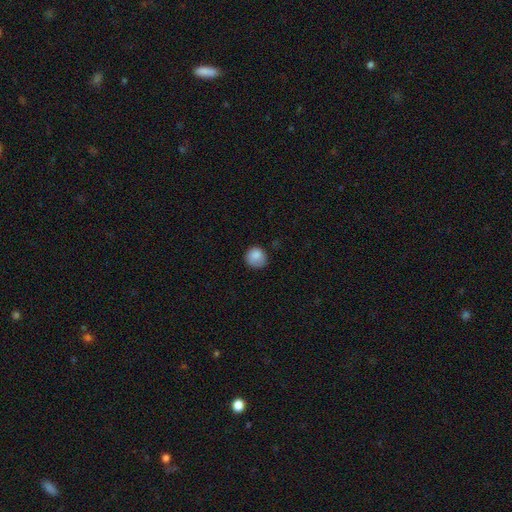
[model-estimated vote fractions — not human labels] A smooth galaxy with no disk features (84%) that is round (86%).

Vote fractions:
- Smooth or featured? smooth: 84% / star or artifact: 9% / featured or disk: 7%
- How rounded? round: 86% / in between: 13% / cigar-shaped: 1%
- Merging? none: 70% / minor disturbance: 22% / major disturbance: 6% / merger: 1%